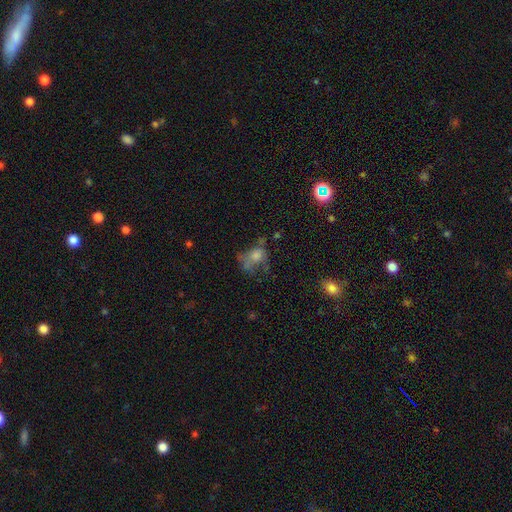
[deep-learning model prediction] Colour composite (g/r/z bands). It shows a smooth galaxy with no disk features (49%). Merging: major disturbance (35%, tied with none).